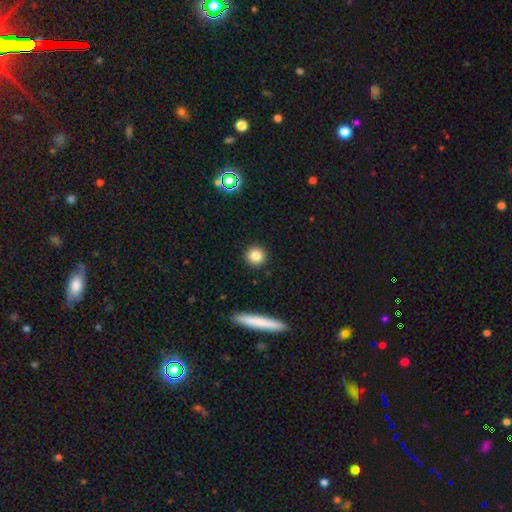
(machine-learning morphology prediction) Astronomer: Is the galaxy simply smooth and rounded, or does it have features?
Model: smooth — 84%.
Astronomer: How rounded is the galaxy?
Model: round — 93%.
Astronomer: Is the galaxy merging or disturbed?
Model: none — 92%.